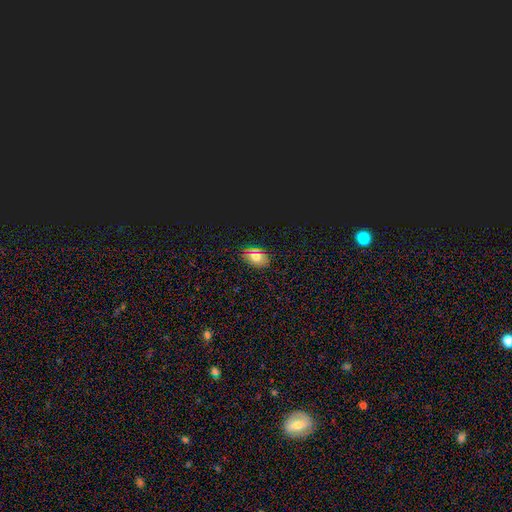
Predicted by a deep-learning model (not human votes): This appears to be a smooth galaxy with no disk features (61%) that is in between round and cigar-shaped (66%). Merging: none (86%).